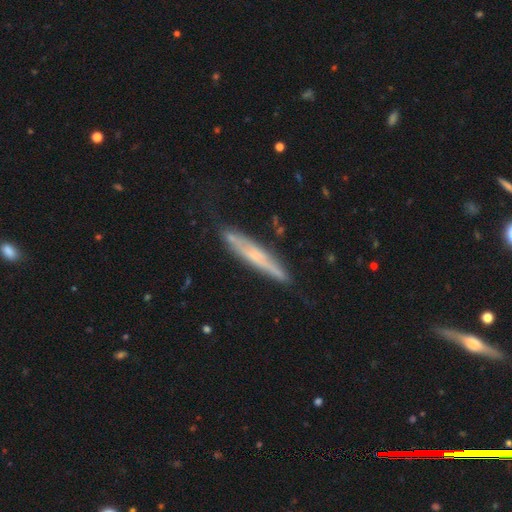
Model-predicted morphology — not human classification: featured or disk 55%, smooth 38%, star or artifact 6%. Down the decision tree: edge-on disk — yes (89%); merging — none (78%).